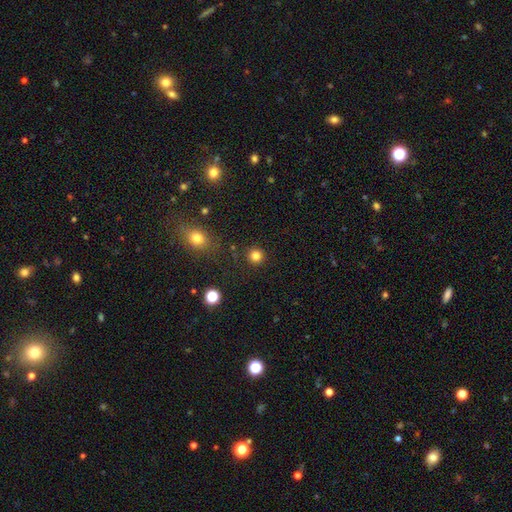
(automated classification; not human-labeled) The model was most divided on "smooth or featured": smooth: 82%, star or artifact: 13%, featured or disk: 4%. More confident: how rounded — round (94%); merging — none (90%).